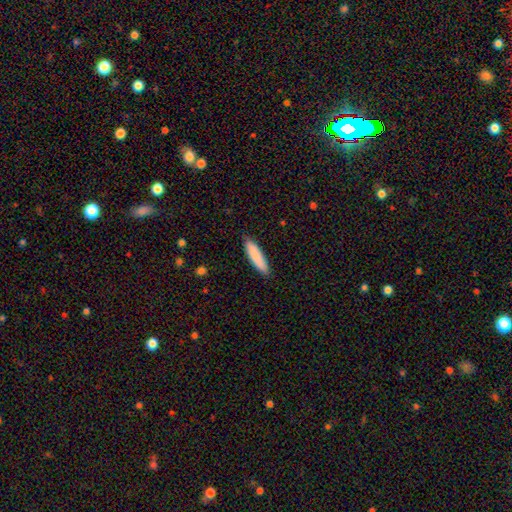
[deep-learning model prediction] smooth_or_featured: smooth (p=0.87) [alt: featured or disk p=0.08]
how_rounded: cigar-shaped (p=0.70) [alt: in between p=0.28]
merging: none (p=0.88) [alt: minor disturbance p=0.10]